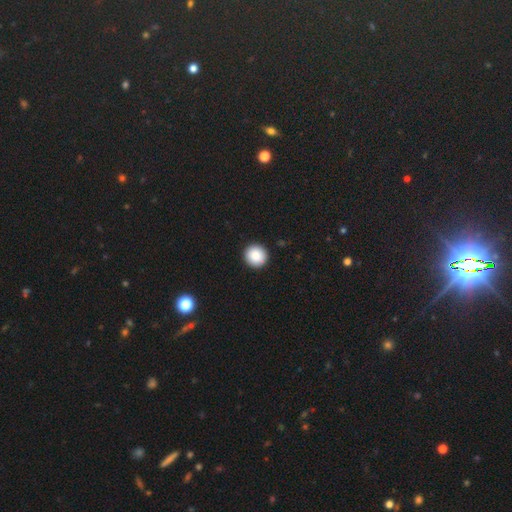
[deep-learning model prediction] The model was most divided on "smooth or featured": smooth: 88%, star or artifact: 8%, featured or disk: 4%. More confident: how rounded — round (95%); merging — none (93%).